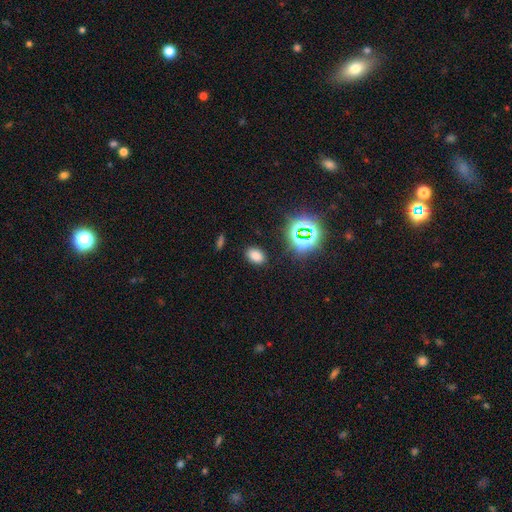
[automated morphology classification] smooth-or-featured: smooth: 73% | star or artifact: 21% | featured or disk: 6%
  how-rounded: in between: 84% | round: 14% | cigar-shaped: 1%
  merging: none: 86% | minor disturbance: 9% | major disturbance: 3% | merger: 2%